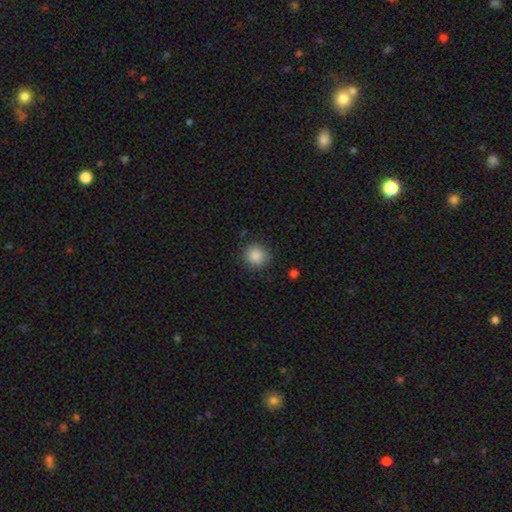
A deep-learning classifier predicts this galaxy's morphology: A smooth galaxy with no disk features (88%) that is round (87%).

Vote fractions:
- Smooth or featured? smooth: 88% / star or artifact: 9% / featured or disk: 3%
- How rounded? round: 87% / in between: 12% / cigar-shaped: 1%
- Merging? none: 86% / minor disturbance: 9% / major disturbance: 3% / merger: 1%